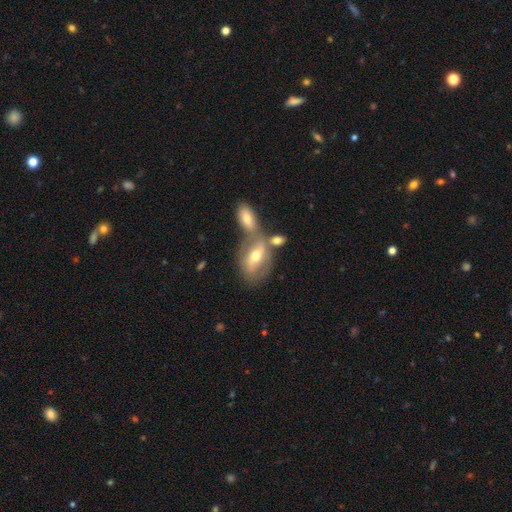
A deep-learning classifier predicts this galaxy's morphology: type=smooth (46%); merging=merger (45%).